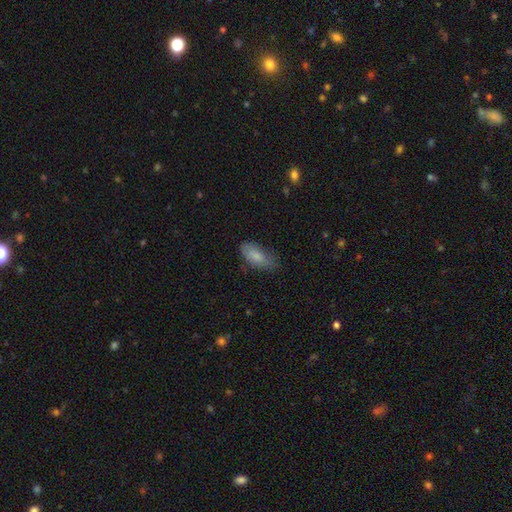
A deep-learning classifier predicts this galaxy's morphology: This appears to be a smooth galaxy with no disk features (83%) that is in between round and cigar-shaped (85%). Merging: none (63%).